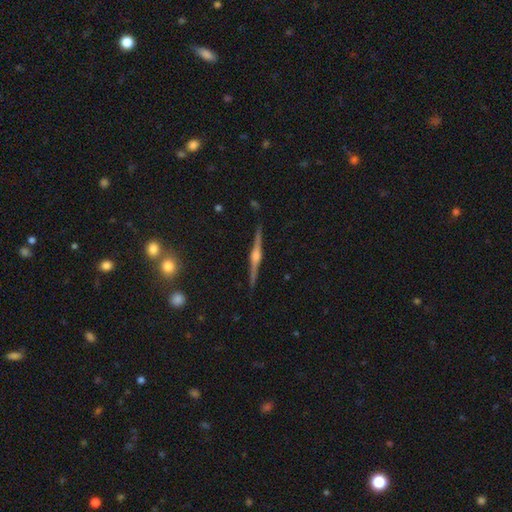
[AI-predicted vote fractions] Morphology: type=featured or disk (86%); edge-on=yes (99%); edge-on bulge=rounded (88%); merging=none (92%).